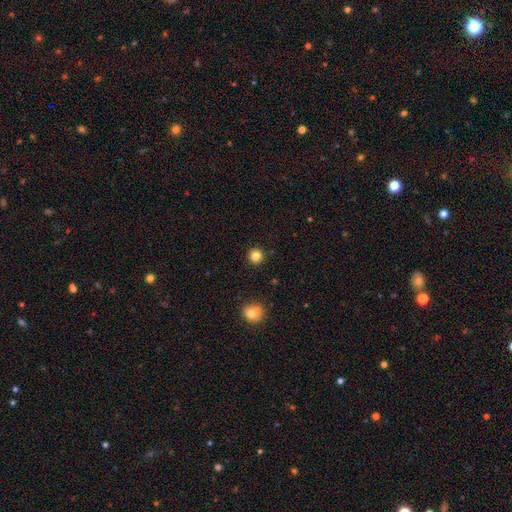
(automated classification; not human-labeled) Smooth or featured?
  - smooth: 83% *
  - star or artifact: 12%
  - featured or disk: 5%
How rounded?
  - round: 95% *
  - in between: 4%
  - cigar-shaped: 1%
Merging?
  - none: 92% *
  - minor disturbance: 5%
  - merger: 2%
  - major disturbance: 2%